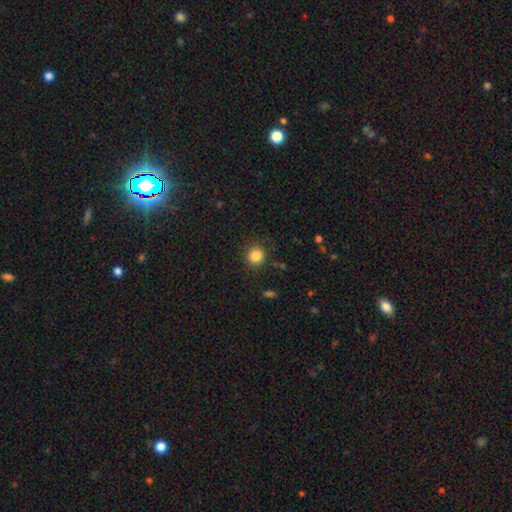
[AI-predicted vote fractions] Morphology: type=smooth (85%); roundness=round (91%); merging=none (87%).